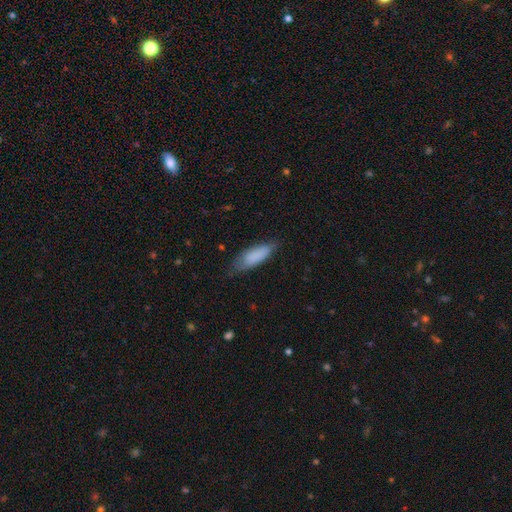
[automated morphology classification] smooth-or-featured: smooth: 84% | featured or disk: 10% | star or artifact: 6%
  how-rounded: in between: 60% | cigar-shaped: 39% | round: 2%
  merging: none: 68% | minor disturbance: 25% | major disturbance: 6% | merger: 1%